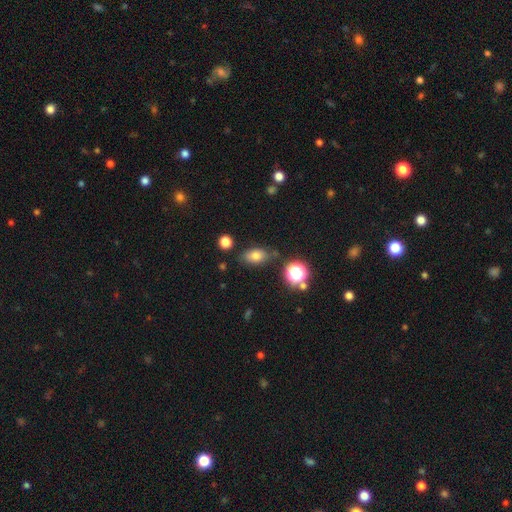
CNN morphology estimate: The model was most divided on "smooth or featured": smooth: 74%, star or artifact: 14%, featured or disk: 12%. More confident: how rounded — in between (82%); merging — none (76%).